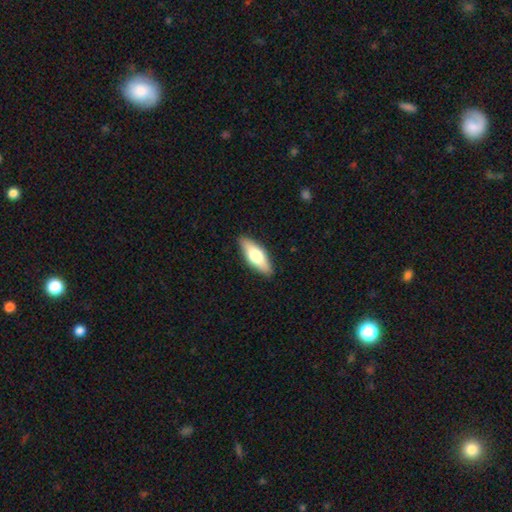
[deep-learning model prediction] Smooth or featured: smooth — 63% (featured or disk — 32%)
How rounded: in between — 62% (cigar-shaped — 36%)
Merging: none — 87% (minor disturbance — 10%)